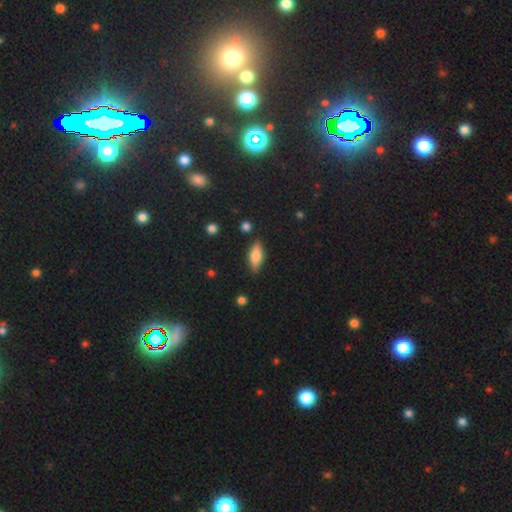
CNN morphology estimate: A smooth galaxy with no disk features (61%) that is in between round and cigar-shaped (69%). Merging: none (82%).